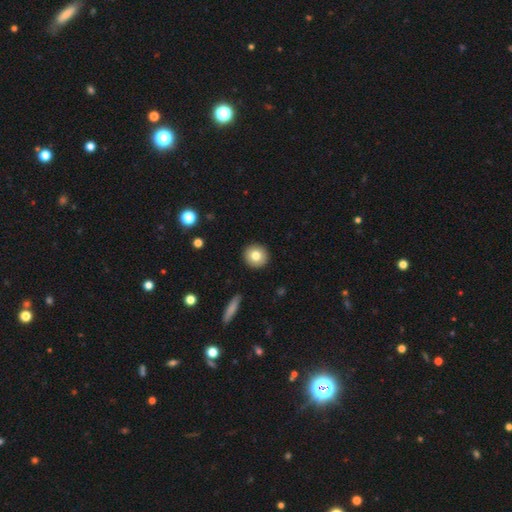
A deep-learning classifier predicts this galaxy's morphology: Overall: smooth (79%). How rounded: round (93%). Merging: none (92%).